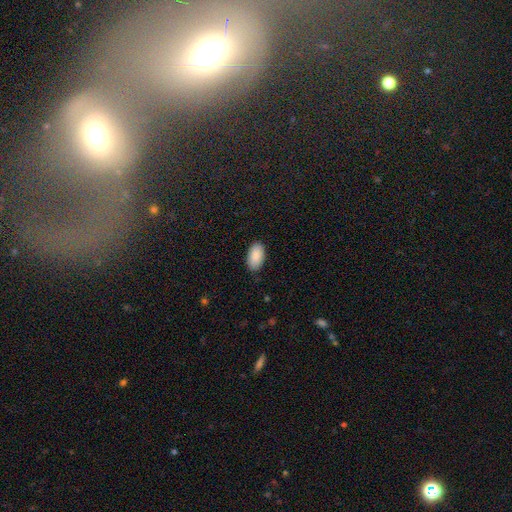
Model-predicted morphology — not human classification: A smooth galaxy with no disk features (90%) that is in between round and cigar-shaped (96%). Merging: none (87%).